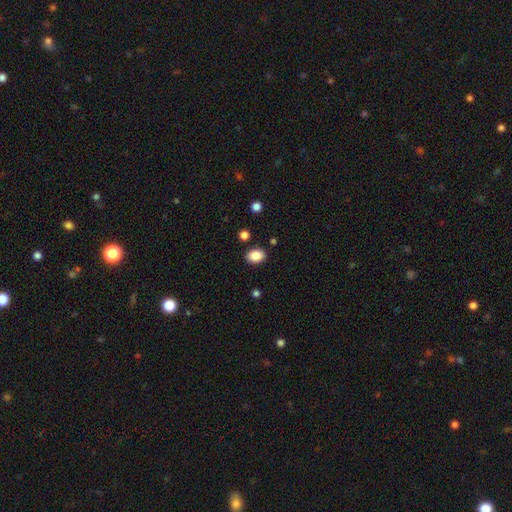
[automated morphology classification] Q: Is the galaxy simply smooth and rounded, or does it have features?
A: smooth — 87%.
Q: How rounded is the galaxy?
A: in between — 75%.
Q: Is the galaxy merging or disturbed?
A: none — 86%.